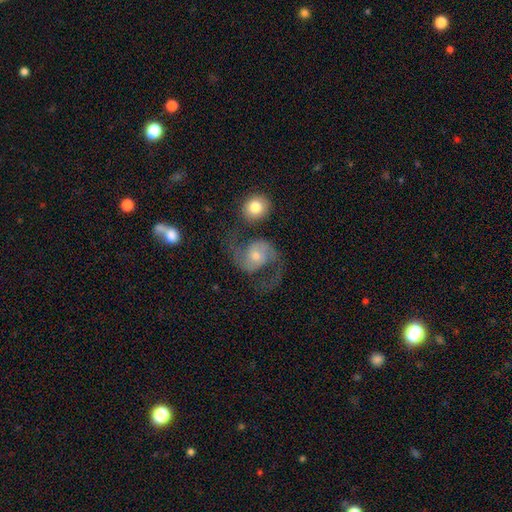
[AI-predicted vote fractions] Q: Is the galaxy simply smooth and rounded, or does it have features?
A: featured or disk — 85%.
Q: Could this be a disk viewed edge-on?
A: no — 98%.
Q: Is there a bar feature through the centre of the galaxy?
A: no — 61%.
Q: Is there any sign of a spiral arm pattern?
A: yes — 96%.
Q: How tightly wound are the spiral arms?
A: loose — 46%, tied with medium.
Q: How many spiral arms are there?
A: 2 — 93%.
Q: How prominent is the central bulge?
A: moderate — 51%.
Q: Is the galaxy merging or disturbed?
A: none — 61%.